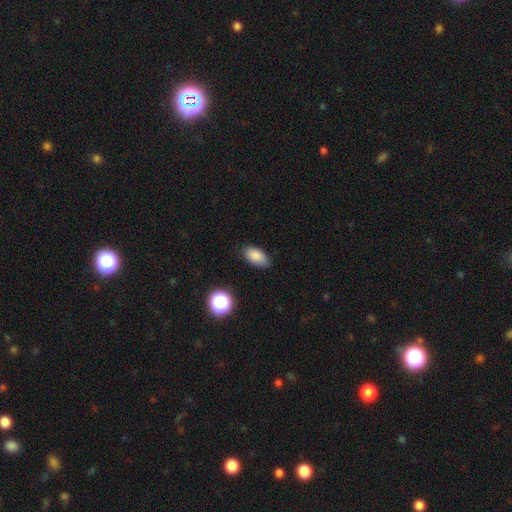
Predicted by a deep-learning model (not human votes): Smooth or featured: smooth — 85% (star or artifact — 9%)
How rounded: in between — 92% (round — 5%)
Merging: none — 83% (minor disturbance — 13%)